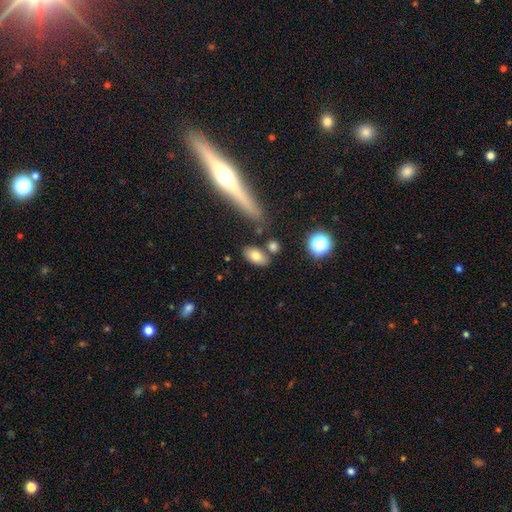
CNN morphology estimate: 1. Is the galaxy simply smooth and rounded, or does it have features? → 77% smooth, 14% featured or disk, 9% star or artifact.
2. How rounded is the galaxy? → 88% in between, 7% round, 4% cigar-shaped.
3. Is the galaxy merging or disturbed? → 76% none, 11% minor disturbance, 9% merger, 4% major disturbance.